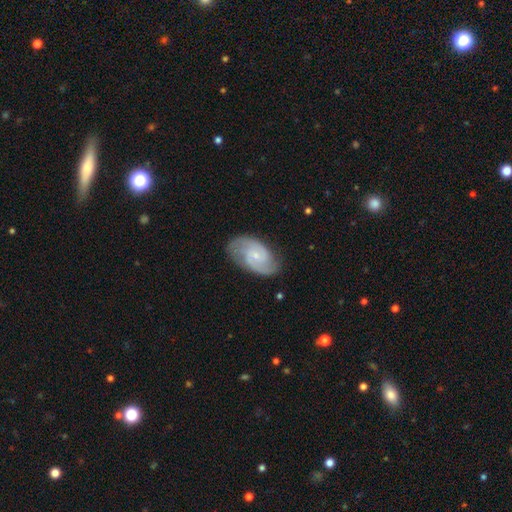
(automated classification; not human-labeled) Q: Smooth or featured?
A: featured or disk (83%); runner-up: smooth (12%)
Q: Edge-on disk?
A: no (97%); runner-up: yes (3%)
Q: Bar?
A: no (54%); runner-up: weak (40%)
Q: Spiral arms?
A: yes (97%); runner-up: no (3%)
Q: Spiral winding?
A: medium (49%); runner-up: tight (38%)
Q: Spiral arm count?
A: 2 (82%); runner-up: can't tell (7%)
Q: Bulge size?
A: small (67%); runner-up: moderate (22%)
Q: Merging?
A: none (78%); runner-up: minor disturbance (16%)